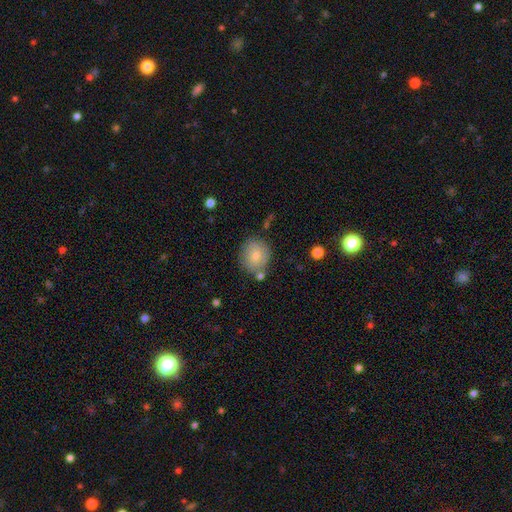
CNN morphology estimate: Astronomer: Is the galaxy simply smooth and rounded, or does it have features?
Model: smooth — 79%.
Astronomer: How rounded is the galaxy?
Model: round — 72%.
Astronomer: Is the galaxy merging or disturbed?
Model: none — 73%.